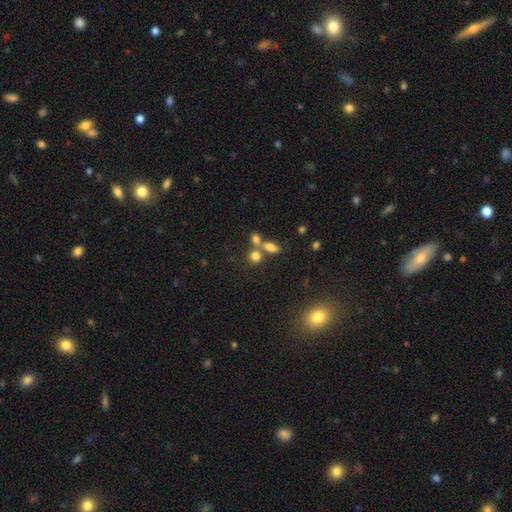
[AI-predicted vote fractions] A smooth galaxy with no disk features (75%) that is round (66%). Merging: none (47%).